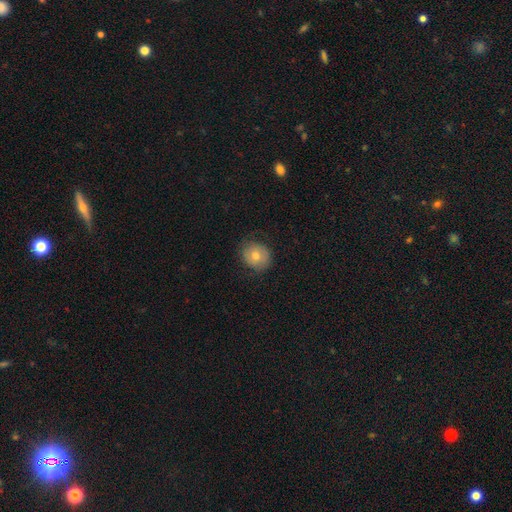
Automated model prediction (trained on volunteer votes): A smooth galaxy with no disk features (68%) that is round (77%).

Vote fractions:
- Smooth or featured? smooth: 68% / featured or disk: 23% / star or artifact: 9%
- How rounded? round: 77% / in between: 22% / cigar-shaped: 1%
- Merging? none: 77% / minor disturbance: 17% / major disturbance: 5% / merger: 1%